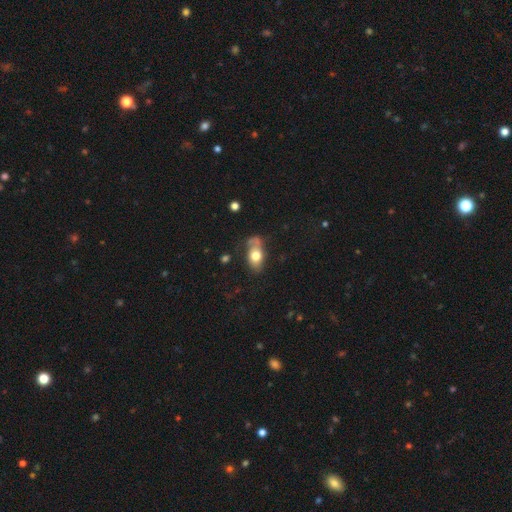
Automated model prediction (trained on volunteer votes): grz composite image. It shows a smooth galaxy with no disk features (67%) that is in between round and cigar-shaped (83%). Merging: none (47%).